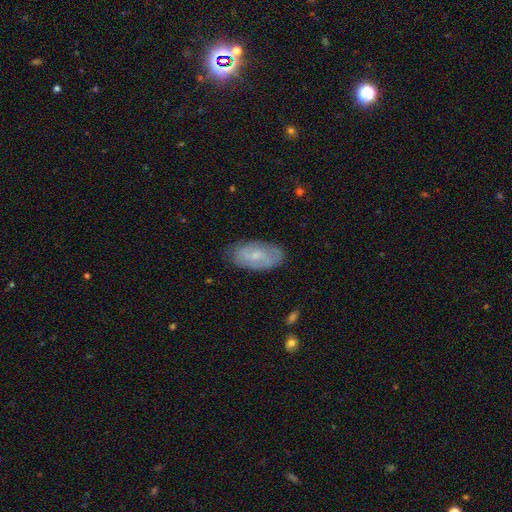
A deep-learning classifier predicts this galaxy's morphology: The model was most divided on "smooth or featured": featured or disk: 49%, smooth: 43%, star or artifact: 7%. More confident: merging — none (76%).